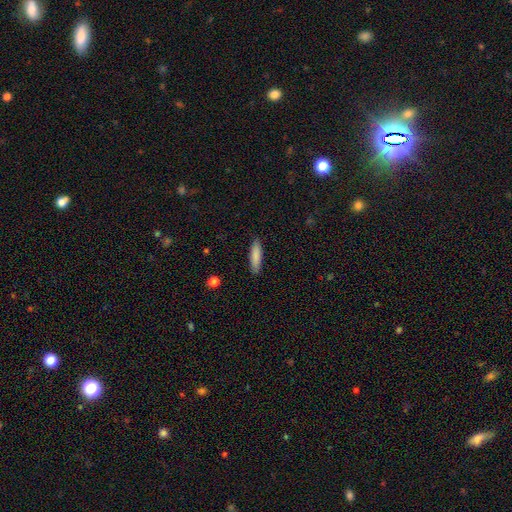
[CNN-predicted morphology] smooth-or-featured: smooth: 84% | featured or disk: 9% | star or artifact: 6%
  how-rounded: cigar-shaped: 74% | in between: 25% | round: 1%
  merging: none: 88% | minor disturbance: 9% | major disturbance: 2% | merger: 1%